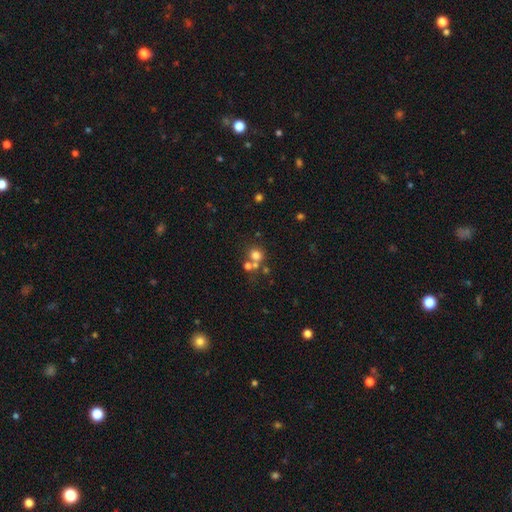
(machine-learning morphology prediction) Smooth or featured? Predicted: smooth (p=0.69). How rounded? Predicted: round (p=0.85). Merging? Predicted: none (p=0.52).